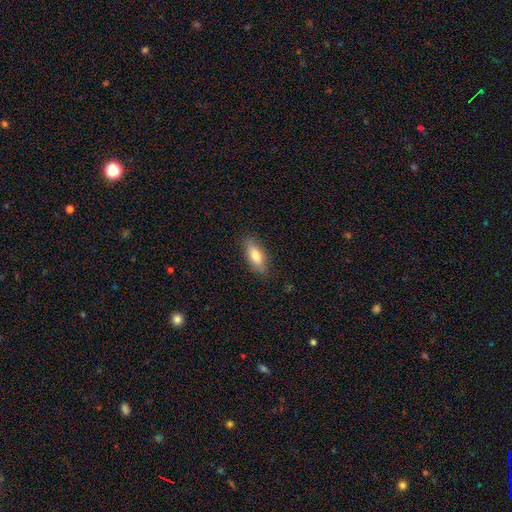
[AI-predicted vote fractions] This is likely a smooth galaxy (73%). How rounded: likely in between (70%). Merging: clearly none (83%).